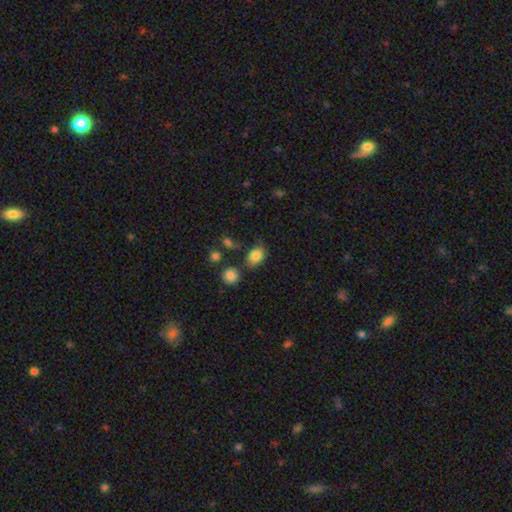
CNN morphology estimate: smooth 83%, star or artifact 9%, featured or disk 8%. Down the decision tree: how rounded — in between (70%); merging — none (66%).